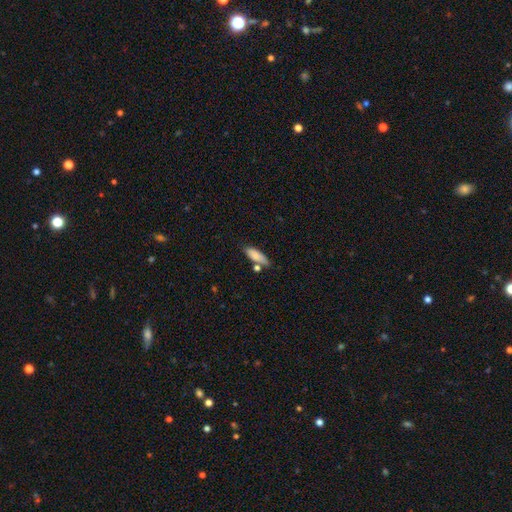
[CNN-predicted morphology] Smooth or featured?
  - smooth: 83% *
  - featured or disk: 11%
  - star or artifact: 7%
How rounded?
  - in between: 57% *
  - cigar-shaped: 41%
  - round: 2%
Merging?
  - none: 65% *
  - minor disturbance: 19%
  - merger: 12%
  - major disturbance: 4%